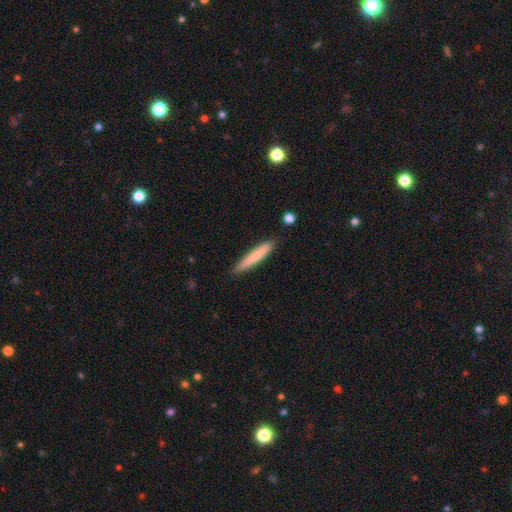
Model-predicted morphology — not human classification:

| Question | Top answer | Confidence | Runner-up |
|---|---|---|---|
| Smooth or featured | smooth | 78% | featured or disk (16%) |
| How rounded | cigar-shaped | 94% | in between (5%) |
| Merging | none | 89% | minor disturbance (8%) |